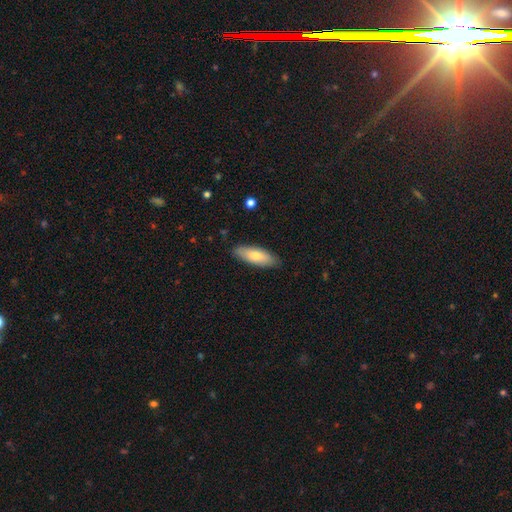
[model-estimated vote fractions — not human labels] Smooth or featured?
  - smooth: 75% *
  - featured or disk: 20%
  - star or artifact: 6%
How rounded?
  - in between: 67% *
  - cigar-shaped: 31%
  - round: 2%
Merging?
  - none: 86% *
  - minor disturbance: 11%
  - major disturbance: 2%
  - merger: 1%